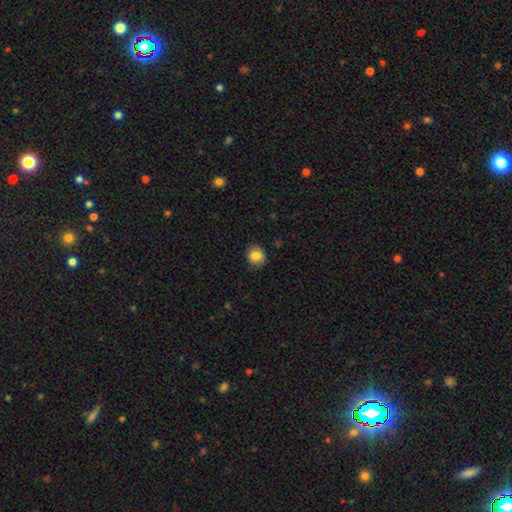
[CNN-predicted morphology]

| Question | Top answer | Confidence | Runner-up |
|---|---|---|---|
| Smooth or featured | smooth | 84% | star or artifact (9%) |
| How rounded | round | 75% | in between (24%) |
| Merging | none | 84% | minor disturbance (12%) |